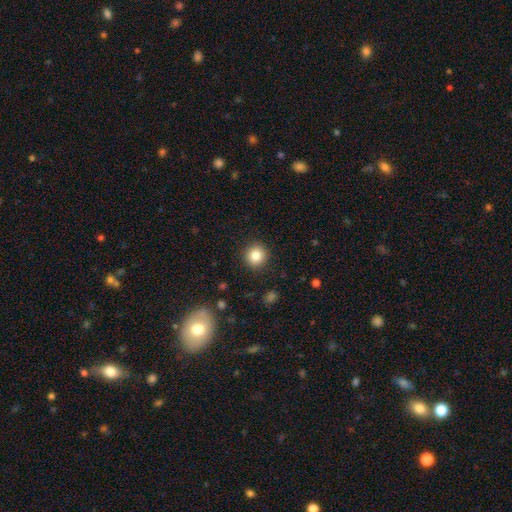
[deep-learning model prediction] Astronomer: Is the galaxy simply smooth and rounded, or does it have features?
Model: smooth — 83%.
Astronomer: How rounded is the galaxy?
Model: round — 93%.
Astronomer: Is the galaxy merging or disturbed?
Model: none — 91%.